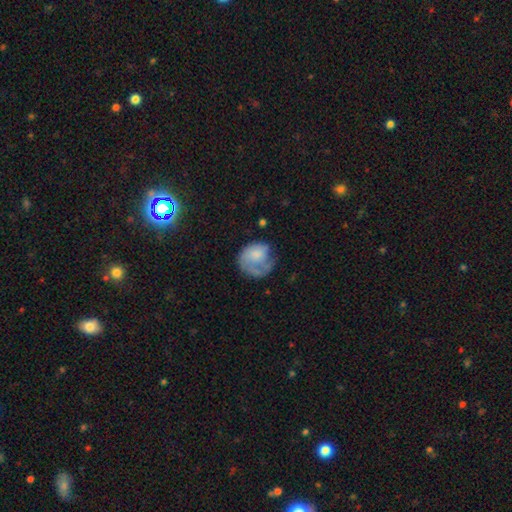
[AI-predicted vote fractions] smooth-or-featured: smooth: 52% | featured or disk: 42% | star or artifact: 7%
  how-rounded: round: 73% | in between: 26% | cigar-shaped: 1%
  merging: none: 41% | major disturbance: 31% | minor disturbance: 24% | merger: 3%